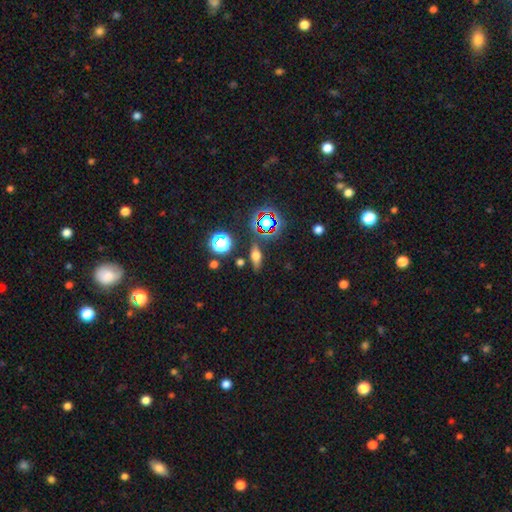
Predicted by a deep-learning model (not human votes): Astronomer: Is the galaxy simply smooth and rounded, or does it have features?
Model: smooth — 51% (runner-up: featured or disk, 27%).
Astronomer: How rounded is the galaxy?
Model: in between — 57%.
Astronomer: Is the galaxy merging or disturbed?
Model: none — 80%.